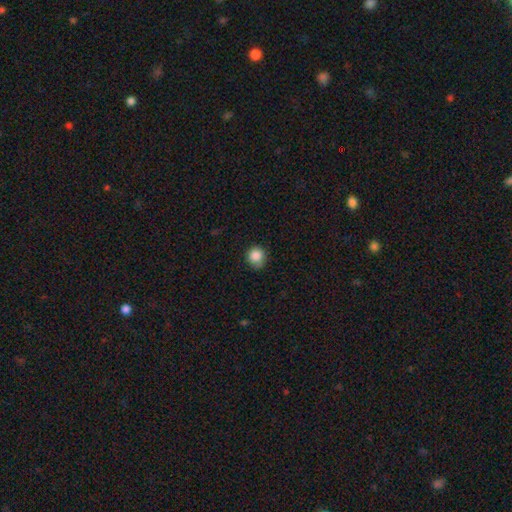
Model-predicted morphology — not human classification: smooth_or_featured: smooth (p=0.86) [alt: star or artifact p=0.09]
how_rounded: round (p=0.85) [alt: in between p=0.14]
merging: none (p=0.70) [alt: minor disturbance p=0.24]